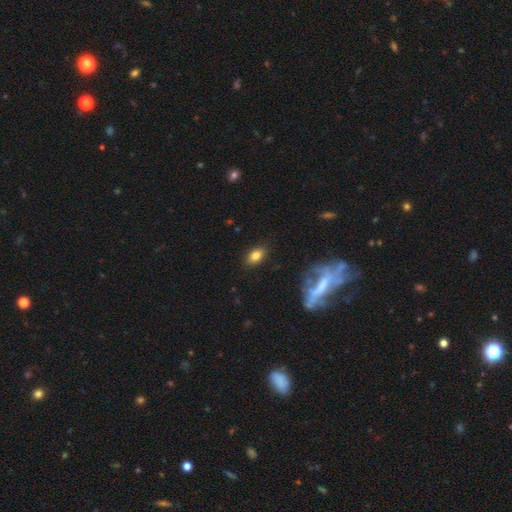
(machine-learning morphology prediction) This appears to be a smooth galaxy with no disk features (79%) that is in between round and cigar-shaped (86%). Merging: none (85%).